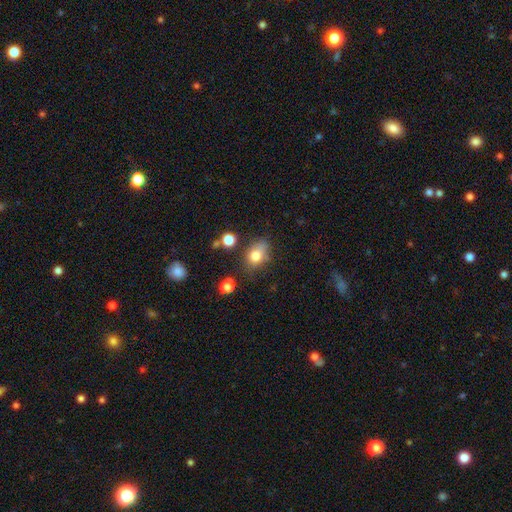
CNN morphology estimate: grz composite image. It shows a smooth galaxy with no disk features (77%) that is in between round and cigar-shaped (69%). Merging: none (59%).